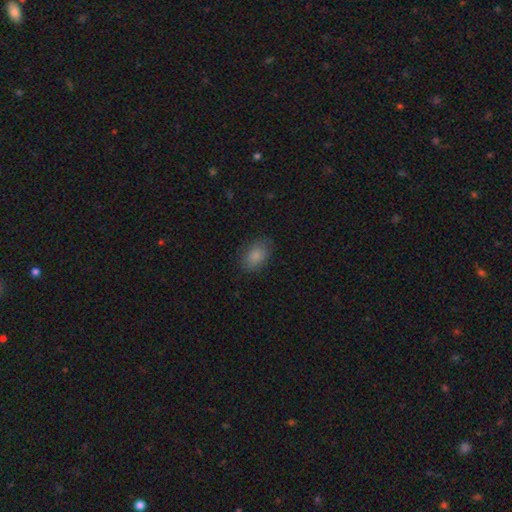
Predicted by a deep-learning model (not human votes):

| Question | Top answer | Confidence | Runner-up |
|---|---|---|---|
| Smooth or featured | smooth | 85% | star or artifact (8%) |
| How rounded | in between | 80% | round (19%) |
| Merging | none | 79% | minor disturbance (16%) |